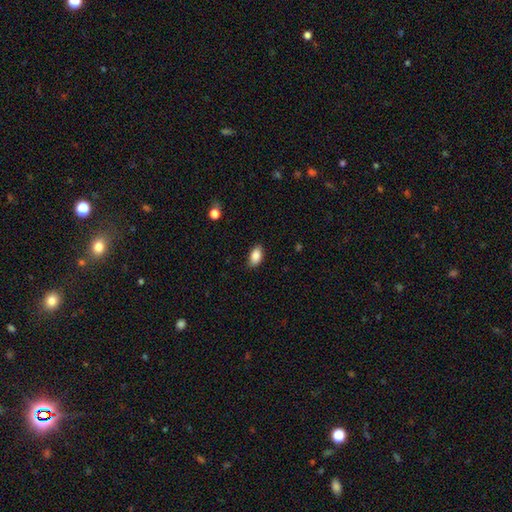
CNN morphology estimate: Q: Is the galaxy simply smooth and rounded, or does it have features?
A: smooth — 88%.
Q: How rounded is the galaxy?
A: in between — 91%.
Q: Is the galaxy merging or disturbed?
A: none — 84%.